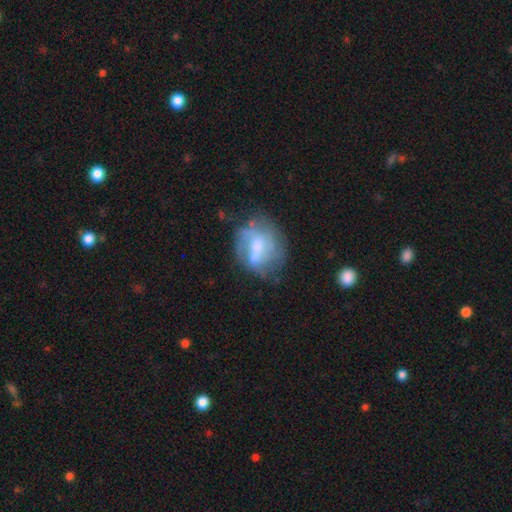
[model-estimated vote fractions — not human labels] smooth_or_featured: featured or disk (p=0.50) [alt: smooth p=0.41]
disk_edge_on: no (p=0.97) [alt: yes p=0.03]
merging: none (p=0.48) [alt: minor disturbance p=0.25]